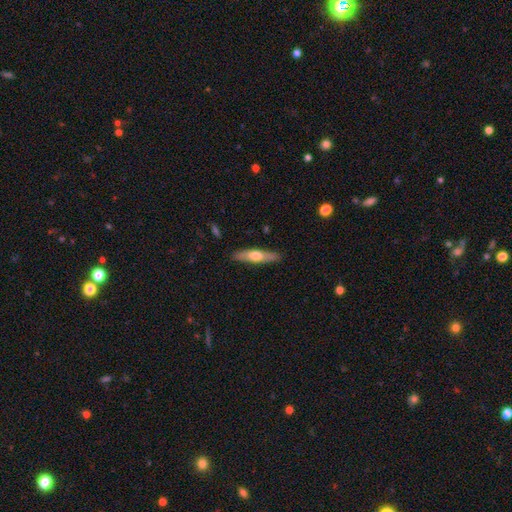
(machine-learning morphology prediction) Smooth or featured? smooth (51%)
How rounded? cigar-shaped (79%)
Merging? none (88%)